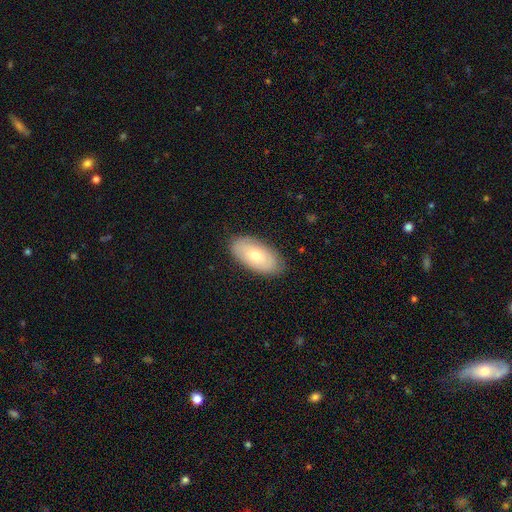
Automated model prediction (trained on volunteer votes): This appears to be a smooth galaxy with no disk features (67%) that is in between round and cigar-shaped (94%). Merging: none (85%).